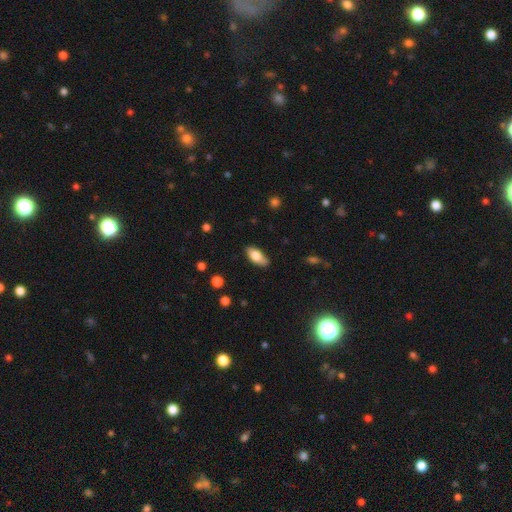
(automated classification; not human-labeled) The model was most divided on "smooth or featured": smooth: 77%, featured or disk: 17%, star or artifact: 7%. More confident: how rounded — in between (88%); merging — none (79%).